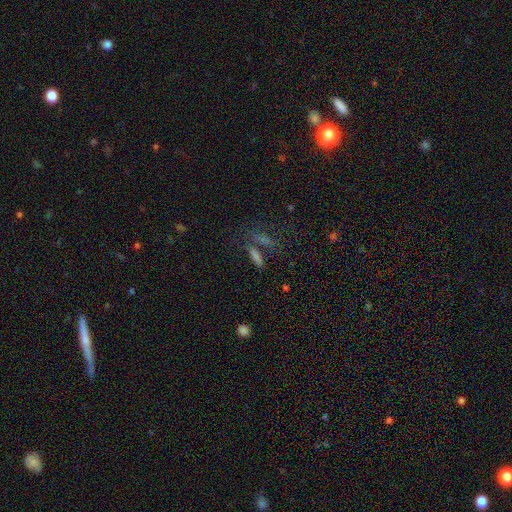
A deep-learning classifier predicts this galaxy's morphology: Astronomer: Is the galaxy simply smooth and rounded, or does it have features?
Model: smooth — 64%.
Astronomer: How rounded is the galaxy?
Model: cigar-shaped — 65%.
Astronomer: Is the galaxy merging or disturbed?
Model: none — 59%.